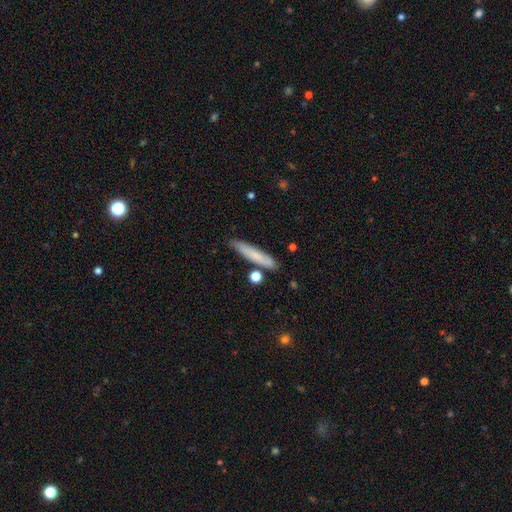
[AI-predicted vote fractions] A smooth galaxy with no disk features (73%) that is cigar-shaped (90%). Merging: none (81%).